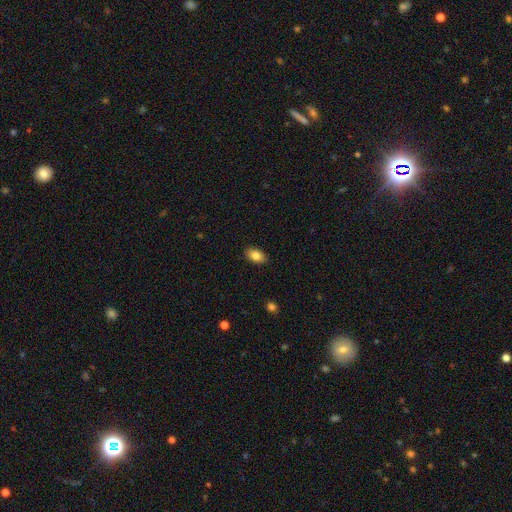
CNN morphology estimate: smooth-or-featured: smooth: 84% | featured or disk: 8% | star or artifact: 8%
  how-rounded: in between: 89% | round: 9% | cigar-shaped: 2%
  merging: none: 88% | minor disturbance: 9% | major disturbance: 2% | merger: 1%